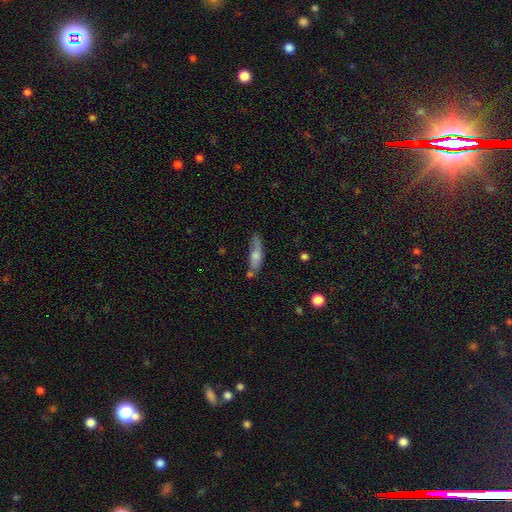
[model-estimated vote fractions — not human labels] Smooth or featured? Predicted: smooth (p=0.66). How rounded? Predicted: cigar-shaped (p=0.63). Merging? Predicted: none (p=0.55).